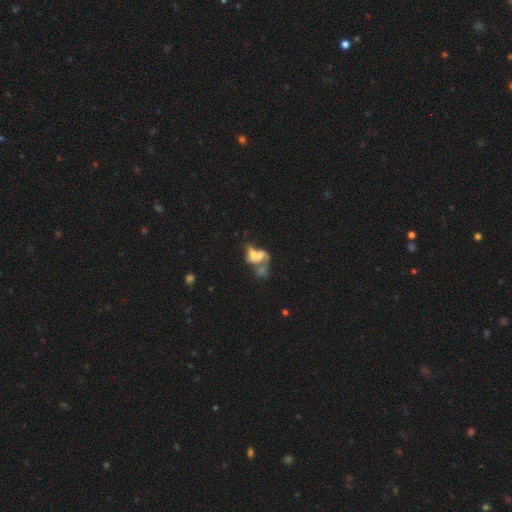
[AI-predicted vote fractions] This is possibly a featured or disk galaxy (47%). Merging: likely merger (63%).